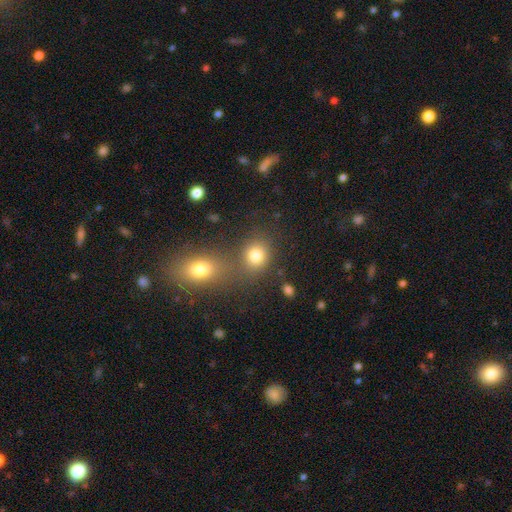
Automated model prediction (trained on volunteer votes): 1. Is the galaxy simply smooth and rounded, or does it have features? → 79% smooth, 14% star or artifact, 7% featured or disk.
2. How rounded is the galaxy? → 70% round, 29% in between, 1% cigar-shaped.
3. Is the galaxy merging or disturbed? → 58% none, 28% merger, 9% minor disturbance, 5% major disturbance.